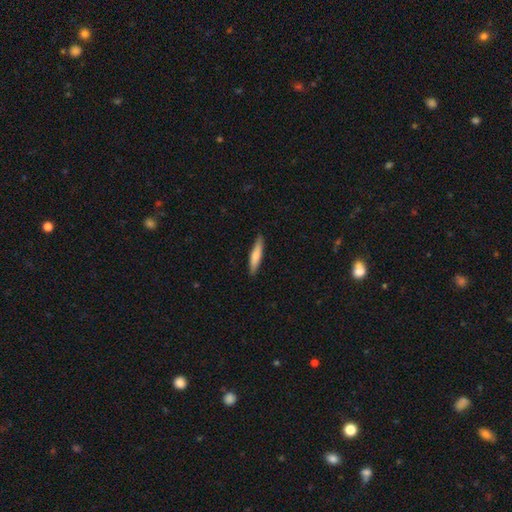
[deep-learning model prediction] Overall: smooth (72%). How rounded: cigar-shaped (87%). Merging: none (87%).